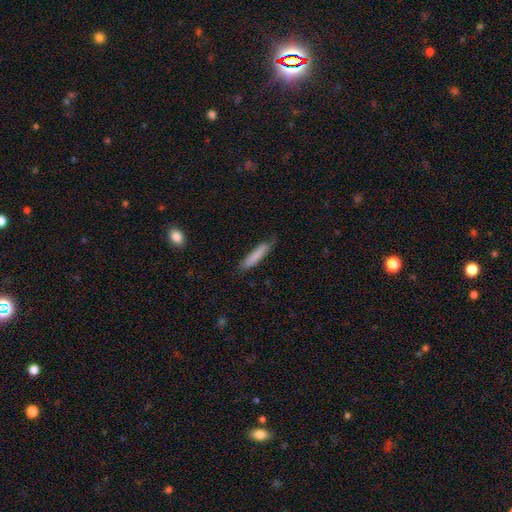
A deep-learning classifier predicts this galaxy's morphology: smooth-or-featured: smooth: 80% | featured or disk: 14% | star or artifact: 6%
  how-rounded: cigar-shaped: 87% | in between: 12% | round: 1%
  merging: none: 70% | minor disturbance: 24% | major disturbance: 5% | merger: 2%